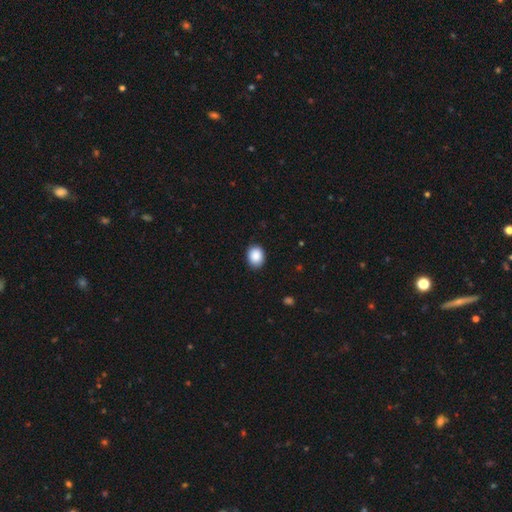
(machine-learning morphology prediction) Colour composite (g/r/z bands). It shows a smooth galaxy with no disk features (89%) that is in between round and cigar-shaped (59%). Merging: none (87%).